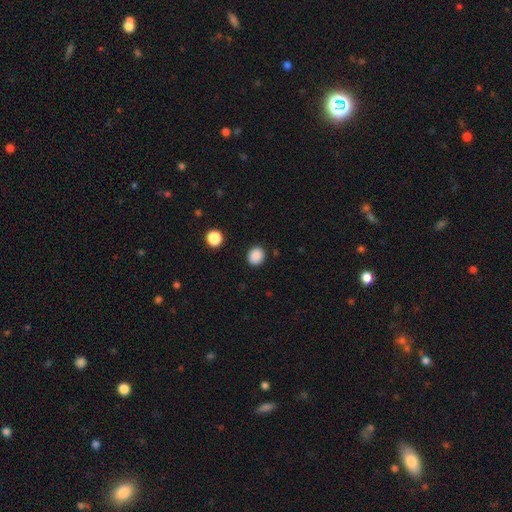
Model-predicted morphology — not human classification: Q: Smooth or featured?
A: smooth (87%); runner-up: star or artifact (10%)
Q: How rounded?
A: round (72%); runner-up: in between (27%)
Q: Merging?
A: none (89%); runner-up: minor disturbance (7%)